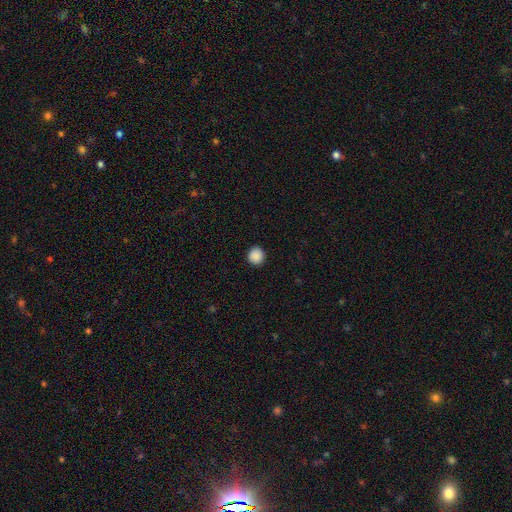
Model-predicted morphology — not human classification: Smooth or featured? smooth (89%)
How rounded? round (92%)
Merging? none (91%)